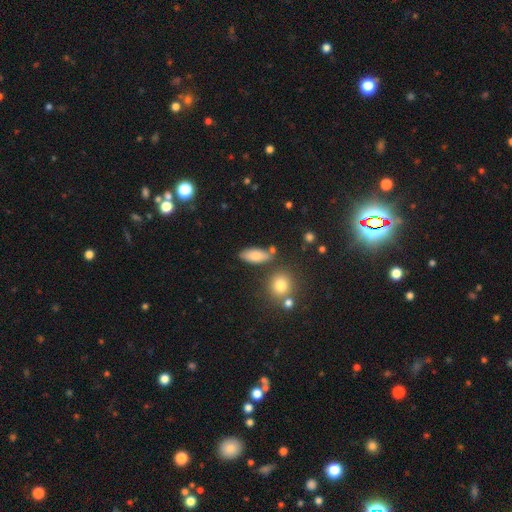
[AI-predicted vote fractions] Smooth or featured?
  - smooth: 79% *
  - featured or disk: 12%
  - star or artifact: 9%
How rounded?
  - in between: 80% *
  - cigar-shaped: 15%
  - round: 6%
Merging?
  - none: 74% *
  - minor disturbance: 13%
  - merger: 9%
  - major disturbance: 4%